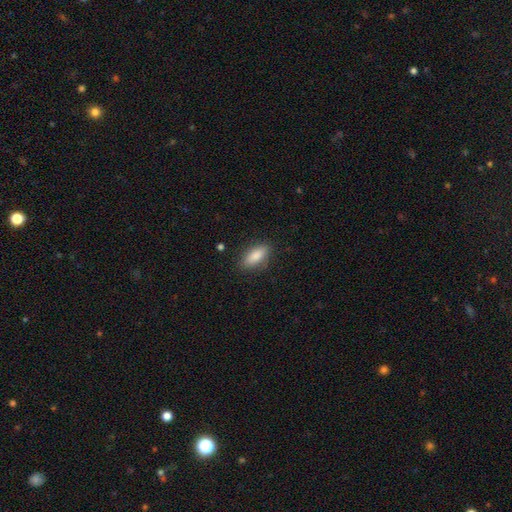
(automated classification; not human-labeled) Smooth or featured?
  - smooth: 84% *
  - featured or disk: 9%
  - star or artifact: 7%
How rounded?
  - in between: 75% *
  - cigar-shaped: 22%
  - round: 3%
Merging?
  - none: 85% *
  - minor disturbance: 11%
  - major disturbance: 3%
  - merger: 1%